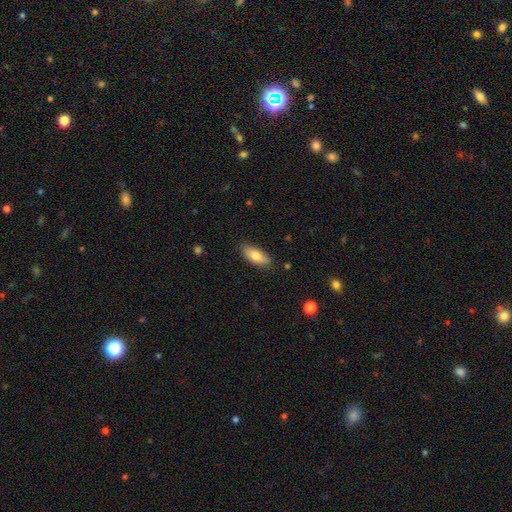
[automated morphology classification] Q: Smooth or featured?
A: smooth (79%); runner-up: featured or disk (14%)
Q: How rounded?
A: in between (80%); runner-up: cigar-shaped (17%)
Q: Merging?
A: none (84%); runner-up: minor disturbance (12%)